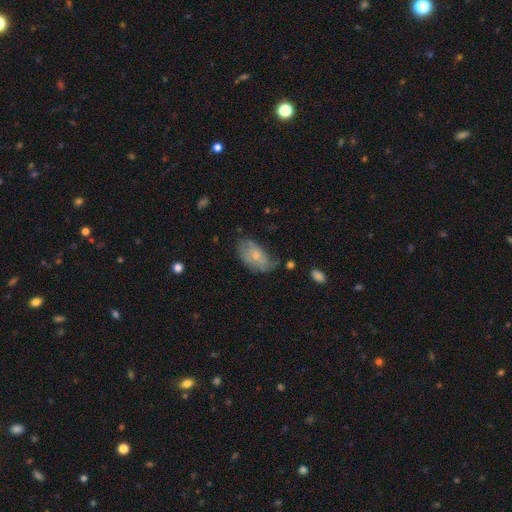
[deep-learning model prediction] Smooth or featured? featured or disk (51%)
Edge-on disk? no (95%)
Merging? none (53%)